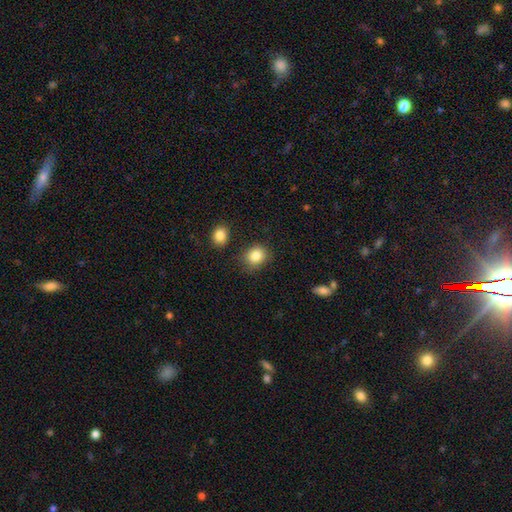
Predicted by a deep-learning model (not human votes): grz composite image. It shows a smooth galaxy with no disk features (86%) that is round (69%). Merging: none (78%).